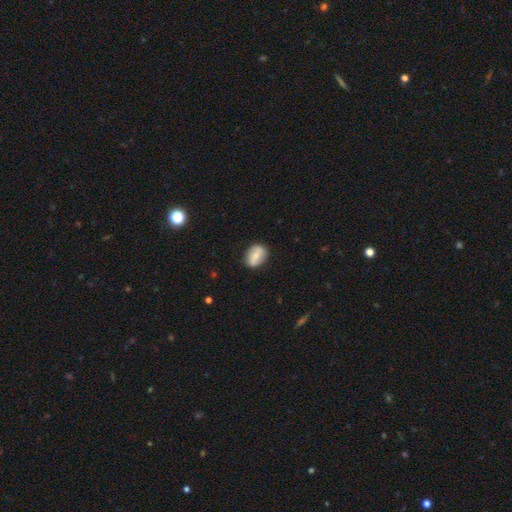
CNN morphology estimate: Q: Smooth or featured?
A: smooth (59%); runner-up: featured or disk (34%)
Q: How rounded?
A: in between (69%); runner-up: round (29%)
Q: Merging?
A: none (82%); runner-up: minor disturbance (14%)